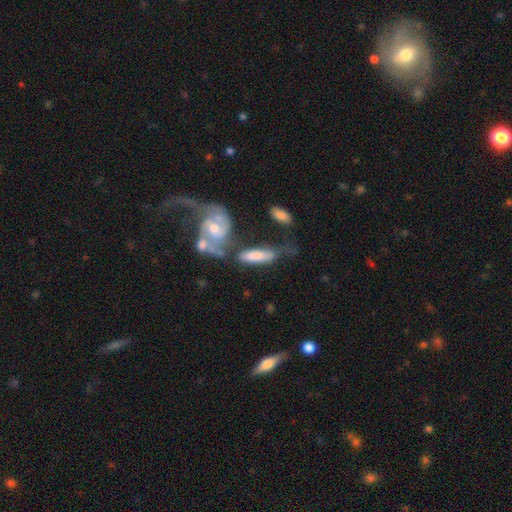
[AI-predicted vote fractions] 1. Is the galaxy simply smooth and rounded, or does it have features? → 64% smooth, 29% featured or disk, 7% star or artifact.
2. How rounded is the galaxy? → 55% cigar-shaped, 42% in between, 3% round.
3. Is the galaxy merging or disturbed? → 37% none, 28% merger, 21% minor disturbance, 14% major disturbance.